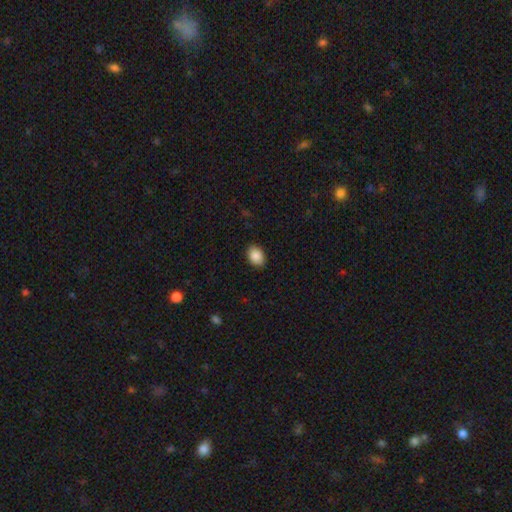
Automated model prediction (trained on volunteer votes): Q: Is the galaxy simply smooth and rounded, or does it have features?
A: smooth — 89%.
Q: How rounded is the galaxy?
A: in between — 77%.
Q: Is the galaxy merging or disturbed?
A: none — 88%.